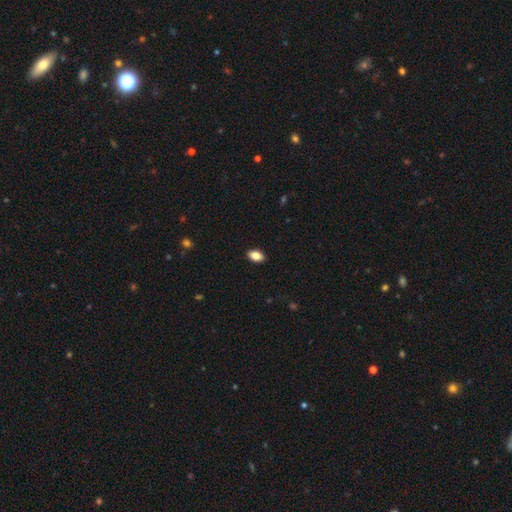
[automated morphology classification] Smooth or featured? smooth (85%)
How rounded? in between (89%)
Merging? none (90%)